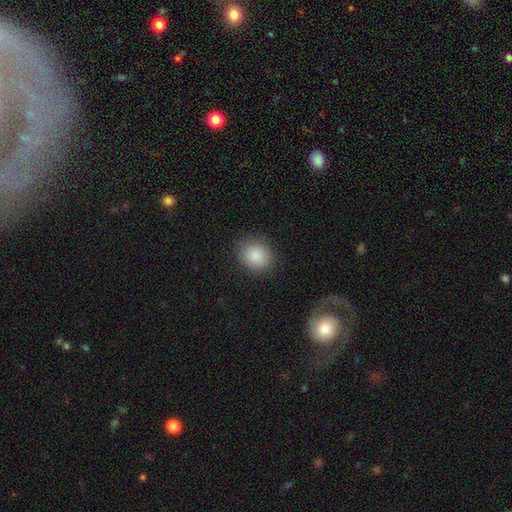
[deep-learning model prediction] Smooth or featured?
  - smooth: 88% *
  - star or artifact: 8%
  - featured or disk: 4%
How rounded?
  - round: 65% *
  - in between: 34%
  - cigar-shaped: 1%
Merging?
  - none: 87% *
  - minor disturbance: 9%
  - major disturbance: 3%
  - merger: 1%